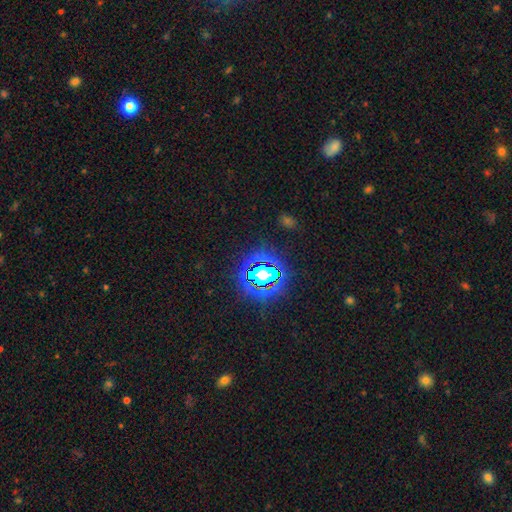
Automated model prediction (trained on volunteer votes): smooth_or_featured: star or artifact (p=0.80) [alt: smooth p=0.13]